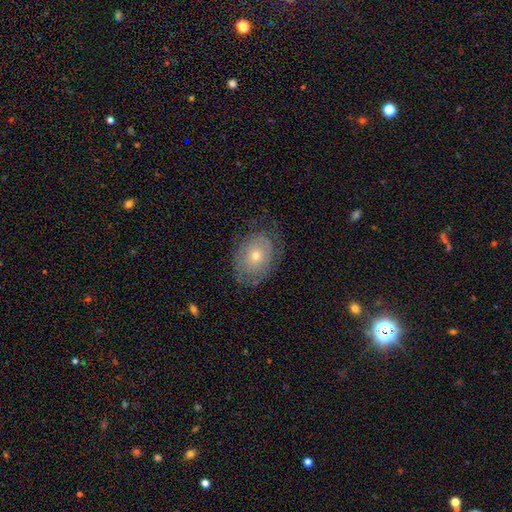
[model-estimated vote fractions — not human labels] Smooth or featured? Predicted: featured or disk (p=0.50). Merging? Predicted: none (p=0.65).